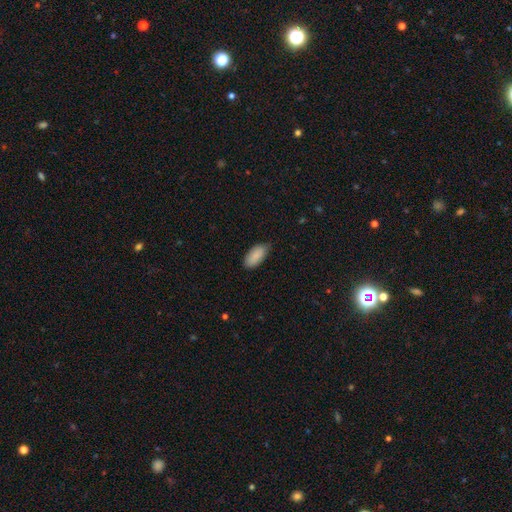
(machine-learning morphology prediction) Smooth or featured?
  - smooth: 90% *
  - star or artifact: 6%
  - featured or disk: 4%
How rounded?
  - in between: 91% *
  - cigar-shaped: 7%
  - round: 2%
Merging?
  - none: 75% *
  - minor disturbance: 21%
  - major disturbance: 3%
  - merger: 1%